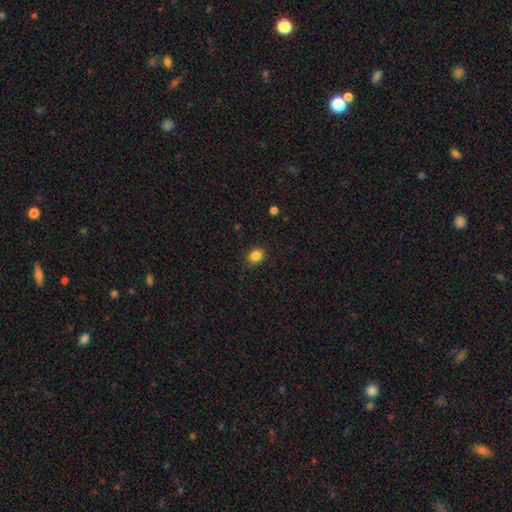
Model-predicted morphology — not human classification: smooth-or-featured: smooth: 85% | star or artifact: 11% | featured or disk: 4%
  how-rounded: round: 66% | in between: 34% | cigar-shaped: 1%
  merging: none: 87% | minor disturbance: 9% | major disturbance: 2% | merger: 1%